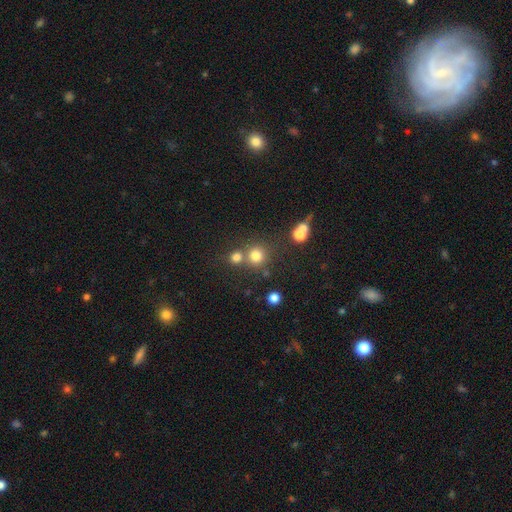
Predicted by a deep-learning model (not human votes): Morphology: type=smooth (77%); roundness=round (91%); merging=none (63%).